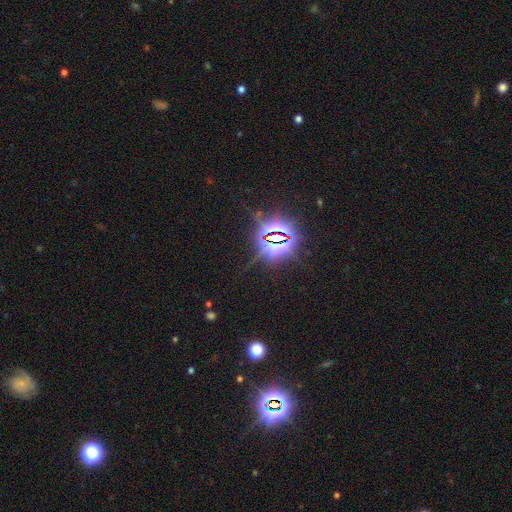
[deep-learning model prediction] Overall: star or artifact (83%).